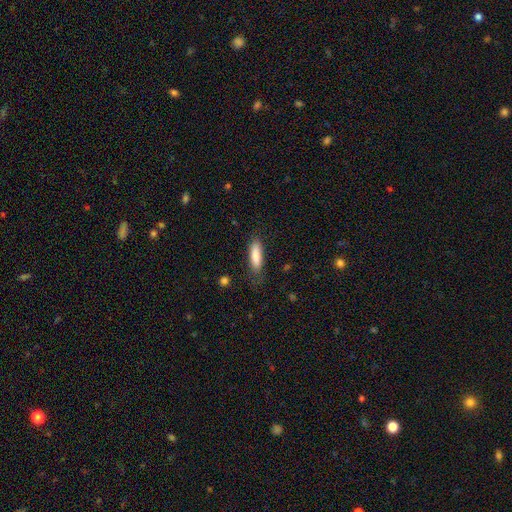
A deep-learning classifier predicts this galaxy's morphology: This is clearly a smooth galaxy (84%). How rounded: possibly cigar-shaped (56%). Merging: likely none (77%).